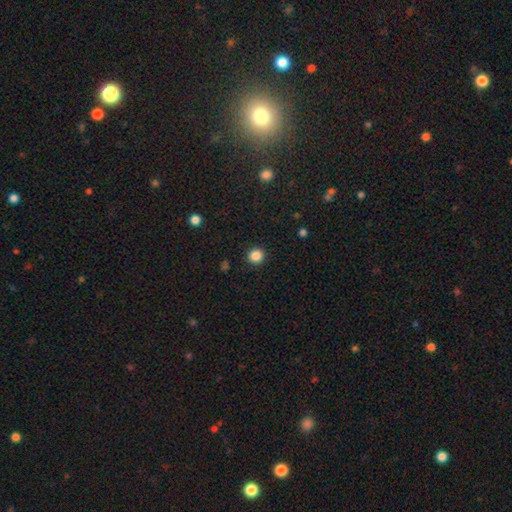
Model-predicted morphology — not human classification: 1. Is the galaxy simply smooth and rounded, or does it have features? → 86% smooth, 11% star or artifact, 3% featured or disk.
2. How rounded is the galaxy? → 90% round, 9% in between, 1% cigar-shaped.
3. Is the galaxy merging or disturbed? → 91% none, 6% minor disturbance, 2% major disturbance, 1% merger.